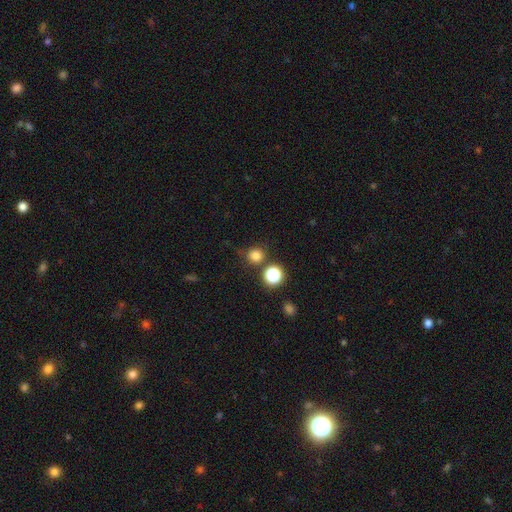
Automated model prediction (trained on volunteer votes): Smooth or featured? Predicted: smooth (p=0.79). How rounded? Predicted: round (p=0.91). Merging? Predicted: none (p=0.78).